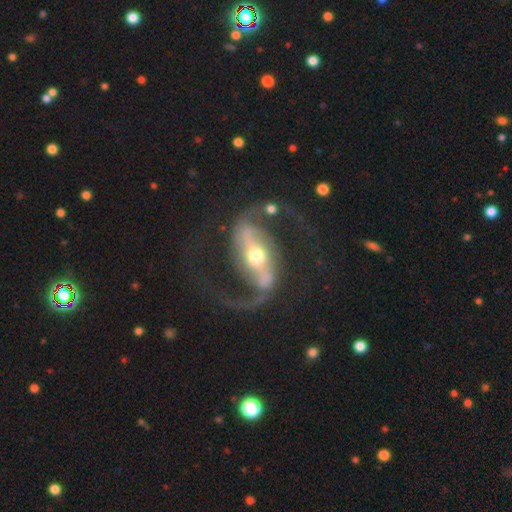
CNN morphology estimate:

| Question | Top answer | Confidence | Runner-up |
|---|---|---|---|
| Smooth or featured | featured or disk | 92% | smooth (4%) |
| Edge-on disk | no | 96% | yes (4%) |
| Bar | strong | 68% | weak (21%) |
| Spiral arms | yes | 95% | no (5%) |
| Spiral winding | loose | 56% | medium (35%) |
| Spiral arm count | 2 | 94% | 1 (2%) |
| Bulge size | moderate | 68% | small (23%) |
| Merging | none | 73% | major disturbance (12%) |